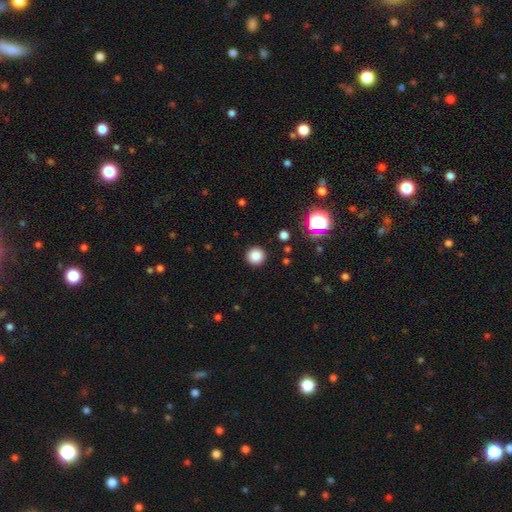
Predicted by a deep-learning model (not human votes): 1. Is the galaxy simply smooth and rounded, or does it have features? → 84% smooth, 12% star or artifact, 4% featured or disk.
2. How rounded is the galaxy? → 95% round, 4% in between, 1% cigar-shaped.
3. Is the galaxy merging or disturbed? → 92% none, 5% minor disturbance, 2% major disturbance, 1% merger.